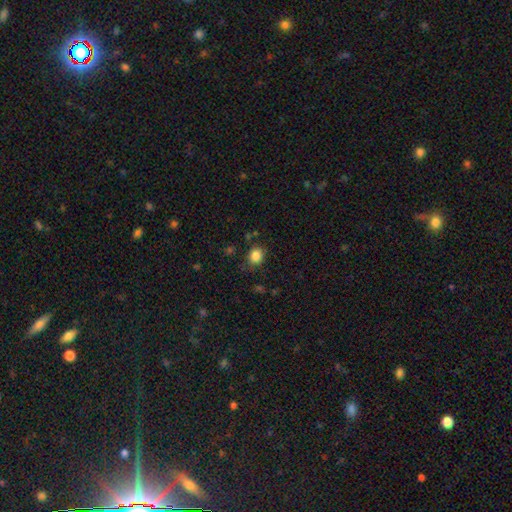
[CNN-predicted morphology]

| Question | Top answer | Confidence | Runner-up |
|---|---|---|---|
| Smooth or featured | smooth | 85% | star or artifact (11%) |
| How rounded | round | 70% | in between (29%) |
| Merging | none | 80% | minor disturbance (13%) |